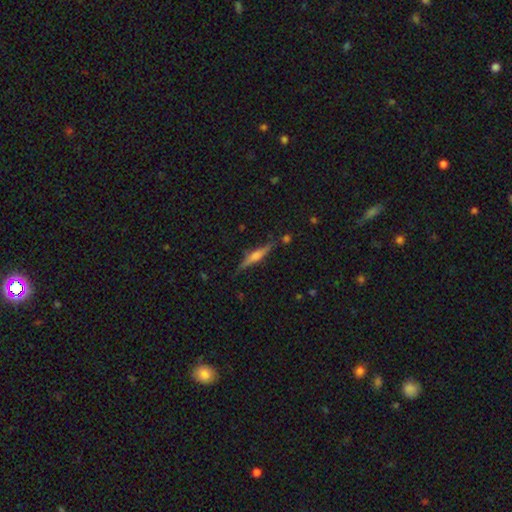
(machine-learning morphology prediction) type=featured or disk (75%); edge-on=yes (98%); edge-on bulge=rounded (80%); merging=none (87%).